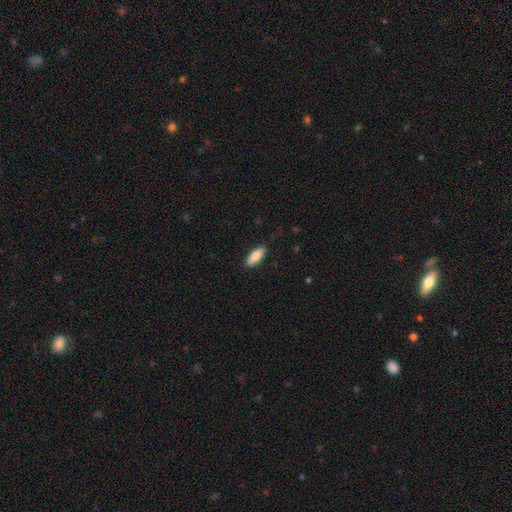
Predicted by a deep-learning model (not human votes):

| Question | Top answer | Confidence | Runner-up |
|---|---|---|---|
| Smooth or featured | smooth | 79% | featured or disk (15%) |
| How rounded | in between | 78% | cigar-shaped (20%) |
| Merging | none | 87% | minor disturbance (10%) |